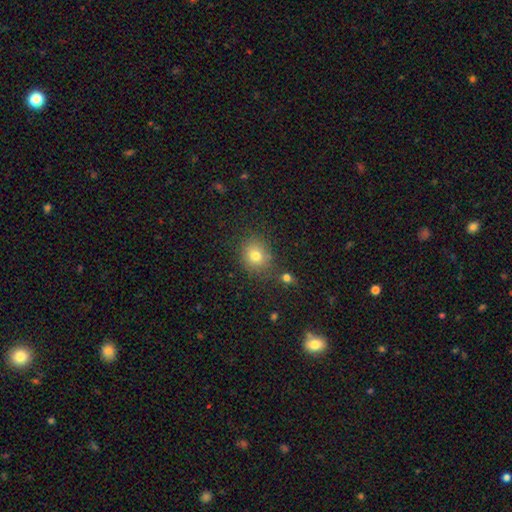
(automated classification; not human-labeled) This is likely a smooth galaxy (77%). How rounded: likely round (73%). Merging: likely none (77%).